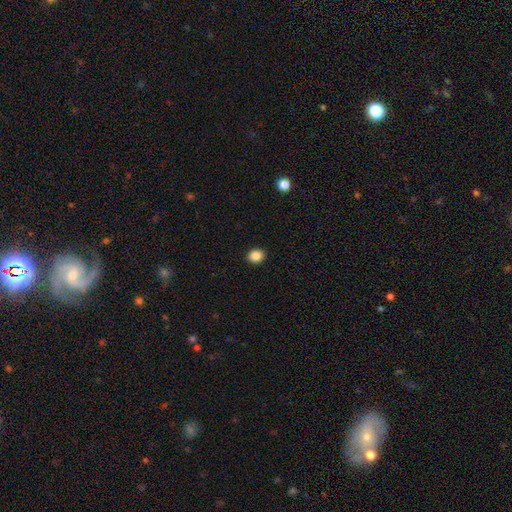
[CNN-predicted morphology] Smooth or featured: smooth — 87% (star or artifact — 10%)
How rounded: round — 62% (in between — 37%)
Merging: none — 92% (minor disturbance — 5%)